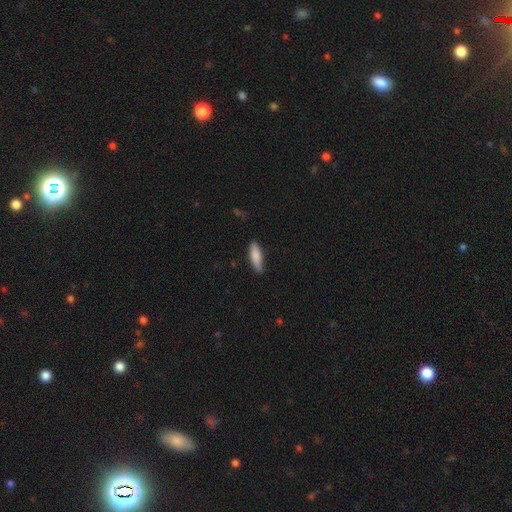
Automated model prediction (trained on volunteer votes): Overall: smooth (85%). How rounded: cigar-shaped (58%; in between 41%). Merging: none (78%).